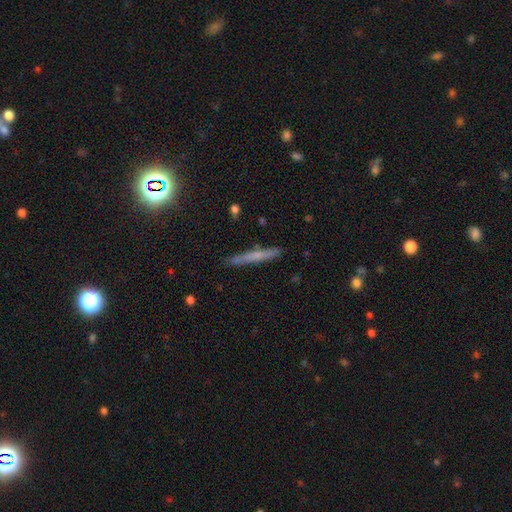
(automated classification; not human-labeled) Overall: smooth (50%; featured or disk 40%). How rounded: cigar-shaped (94%). Merging: none (84%).